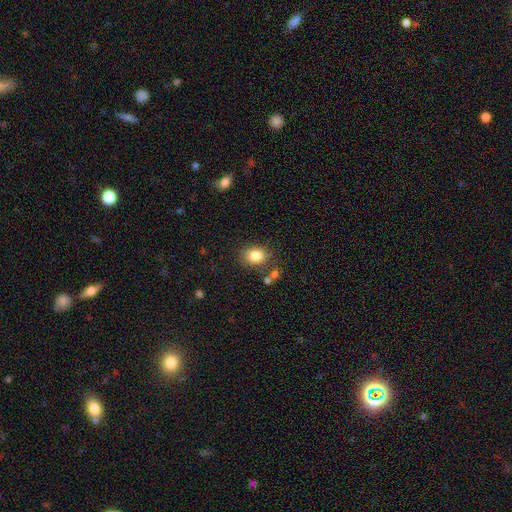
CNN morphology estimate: Smooth or featured?
  - smooth: 84% *
  - star or artifact: 10%
  - featured or disk: 7%
How rounded?
  - round: 51% *
  - in between: 49%
  - cigar-shaped: 1%
Merging?
  - none: 77% *
  - minor disturbance: 12%
  - merger: 6%
  - major disturbance: 4%